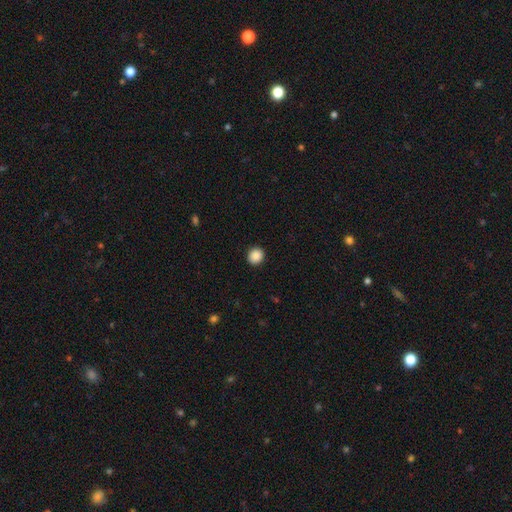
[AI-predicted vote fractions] Overall: smooth (89%). How rounded: round (84%). Merging: none (92%).